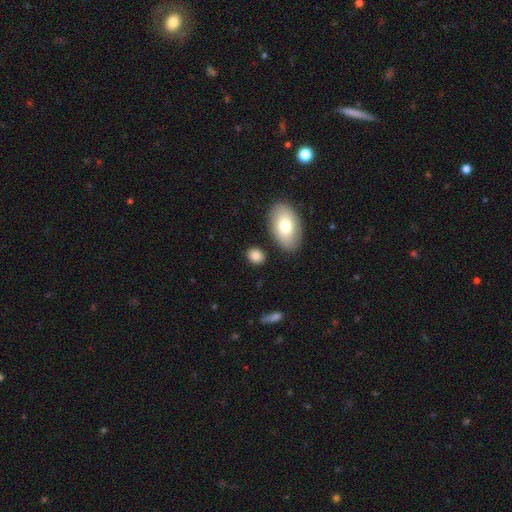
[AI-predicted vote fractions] Morphology: type=smooth (84%); roundness=in between (62%); merging=none (81%).